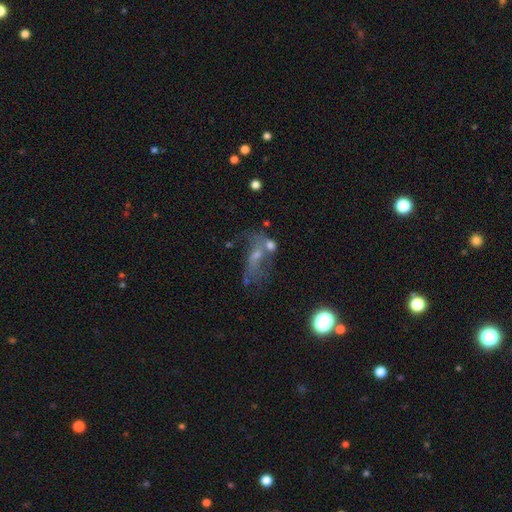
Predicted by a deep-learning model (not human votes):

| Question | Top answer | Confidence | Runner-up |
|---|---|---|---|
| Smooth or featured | featured or disk | 48% | smooth (27%) |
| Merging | none | 33% | merger (27%) |